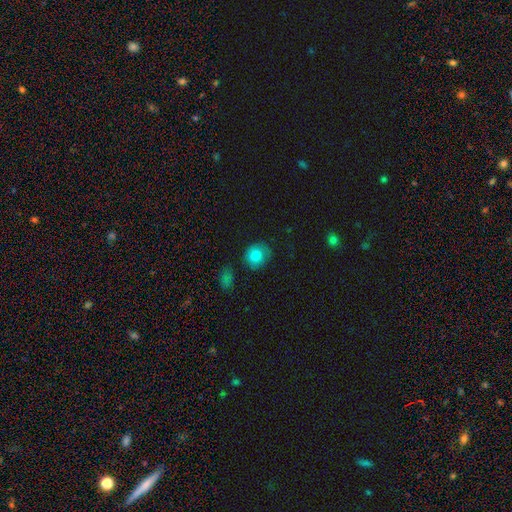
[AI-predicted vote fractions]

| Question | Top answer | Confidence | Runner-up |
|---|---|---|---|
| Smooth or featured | smooth | 81% | featured or disk (10%) |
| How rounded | round | 80% | in between (19%) |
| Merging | none | 77% | minor disturbance (16%) |